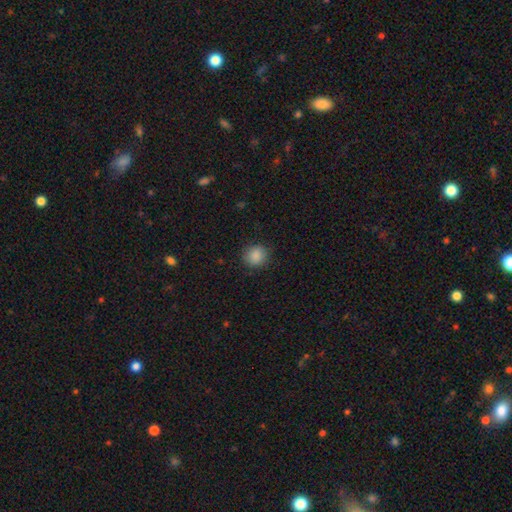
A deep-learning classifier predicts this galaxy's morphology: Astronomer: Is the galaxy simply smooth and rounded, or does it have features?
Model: smooth — 87%.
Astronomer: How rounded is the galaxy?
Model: round — 83%.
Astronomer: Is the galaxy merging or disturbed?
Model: none — 87%.